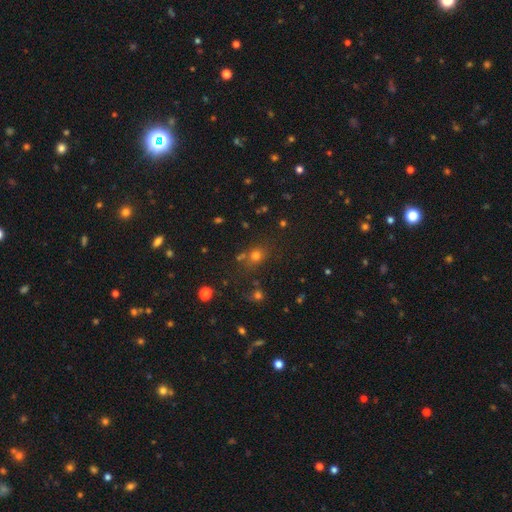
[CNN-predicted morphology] Smooth or featured: smooth — 67% (star or artifact — 24%)
How rounded: round — 70% (in between — 28%)
Merging: none — 69% (minor disturbance — 13%)